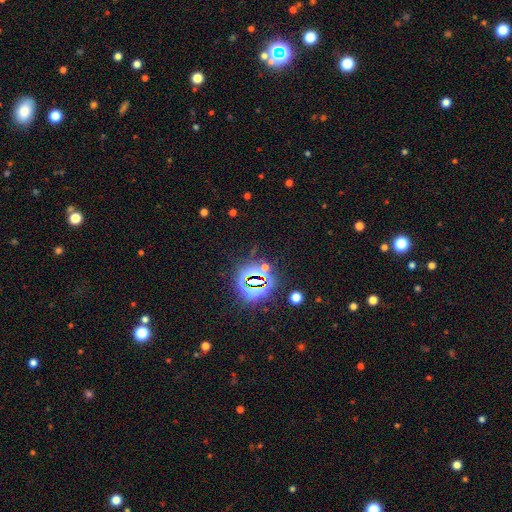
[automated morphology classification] The model was most divided on "smooth or featured": star or artifact: 78%, smooth: 14%, featured or disk: 8%.